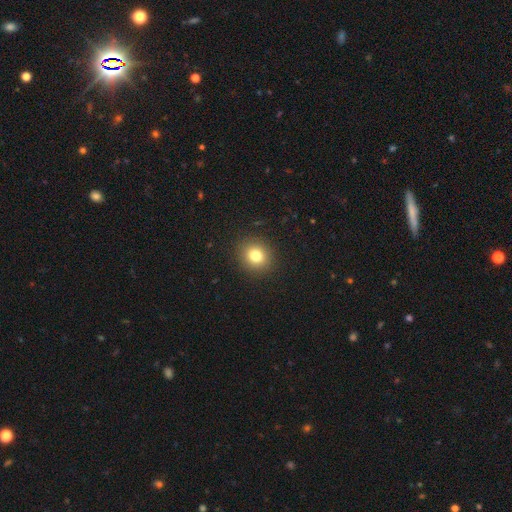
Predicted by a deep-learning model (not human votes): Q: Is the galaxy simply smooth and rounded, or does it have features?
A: smooth — 80%.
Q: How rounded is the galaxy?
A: round — 81%.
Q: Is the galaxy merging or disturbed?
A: none — 91%.